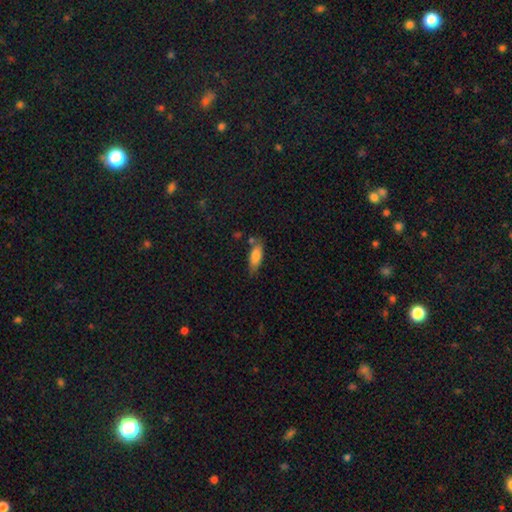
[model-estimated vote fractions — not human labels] smooth_or_featured: smooth (p=0.79) [alt: featured or disk p=0.14]
how_rounded: in between (p=0.69) [alt: cigar-shaped p=0.29]
merging: none (p=0.65) [alt: minor disturbance p=0.22]